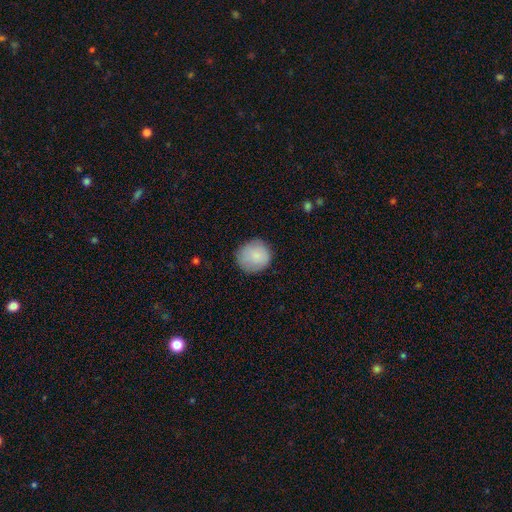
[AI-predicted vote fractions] This is clearly a smooth galaxy (87%). How rounded: clearly round (90%). Merging: clearly none (82%).